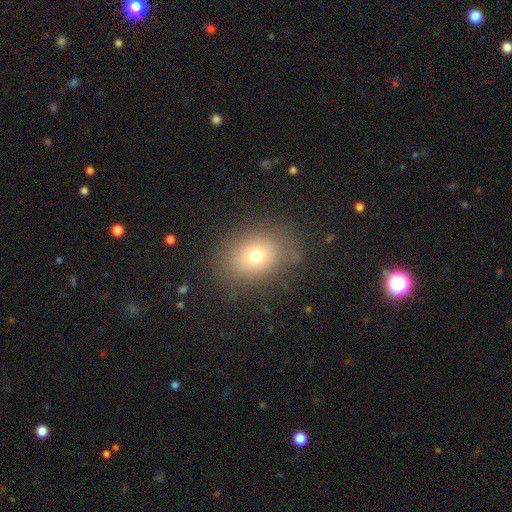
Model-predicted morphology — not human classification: smooth_or_featured: smooth (p=0.72) [alt: star or artifact p=0.15]
how_rounded: in between (p=0.54) [alt: round p=0.45]
merging: none (p=0.81) [alt: minor disturbance p=0.12]